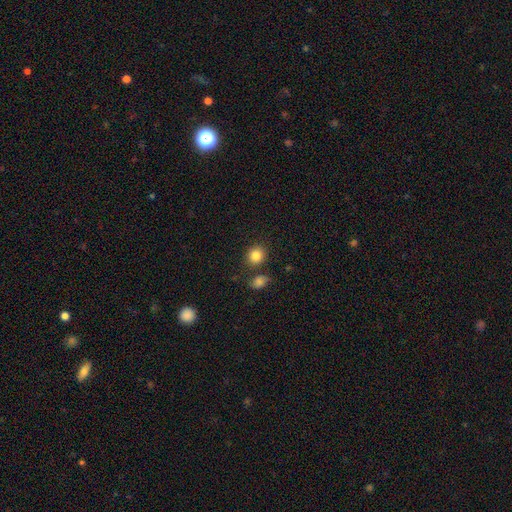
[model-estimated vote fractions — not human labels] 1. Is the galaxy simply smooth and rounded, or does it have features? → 85% smooth, 10% star or artifact, 5% featured or disk.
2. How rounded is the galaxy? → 83% round, 16% in between, 1% cigar-shaped.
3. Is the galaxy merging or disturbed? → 76% none, 10% merger, 10% minor disturbance, 4% major disturbance.